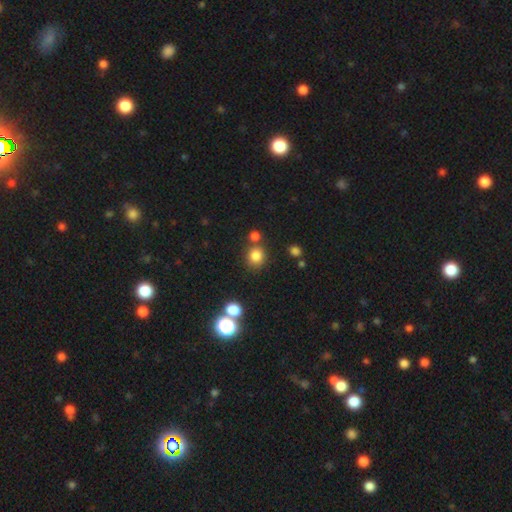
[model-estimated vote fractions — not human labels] Morphology: type=smooth (80%); roundness=round (84%); merging=none (72%).